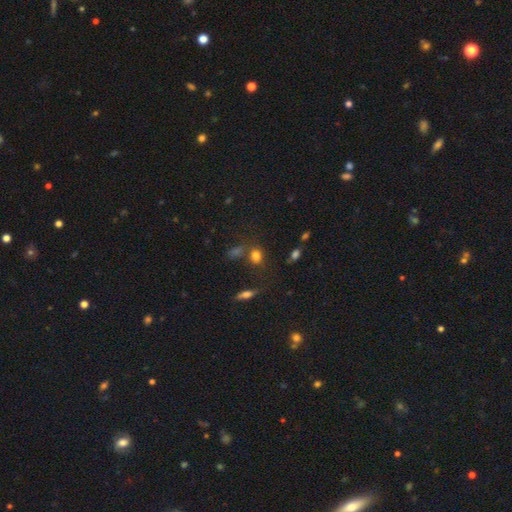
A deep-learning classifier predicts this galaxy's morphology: smooth 76%, star or artifact 15%, featured or disk 9%. Down the decision tree: how rounded — in between (56%); merging — none (66%).